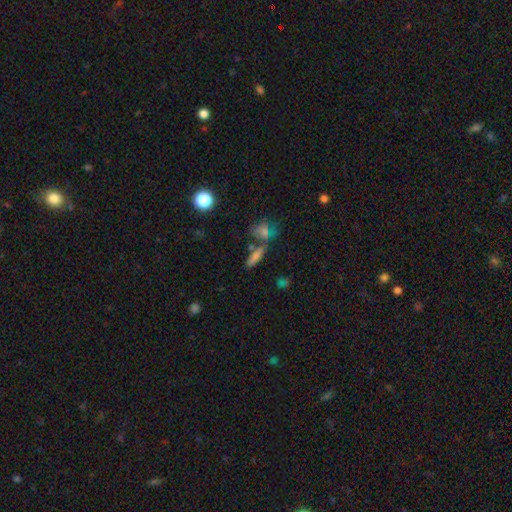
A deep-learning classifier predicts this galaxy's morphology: Smooth or featured?
  - smooth: 65% *
  - featured or disk: 20%
  - star or artifact: 15%
How rounded?
  - cigar-shaped: 61% *
  - in between: 32%
  - round: 7%
Merging?
  - none: 59% *
  - merger: 25%
  - minor disturbance: 12%
  - major disturbance: 5%